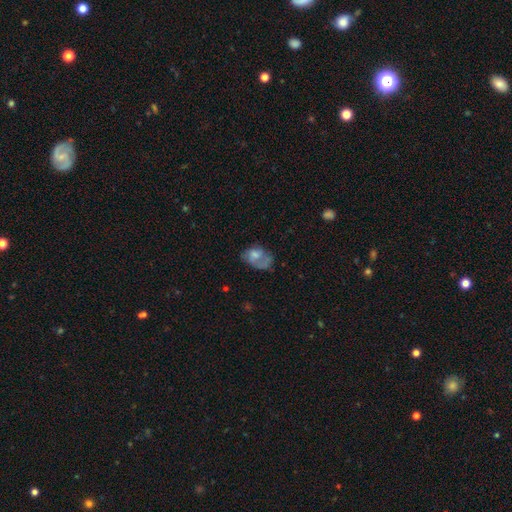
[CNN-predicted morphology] smooth-or-featured: smooth: 56% | featured or disk: 34% | star or artifact: 9%
  how-rounded: in between: 81% | round: 18% | cigar-shaped: 1%
  merging: major disturbance: 35% | none: 31% | minor disturbance: 28% | merger: 7%